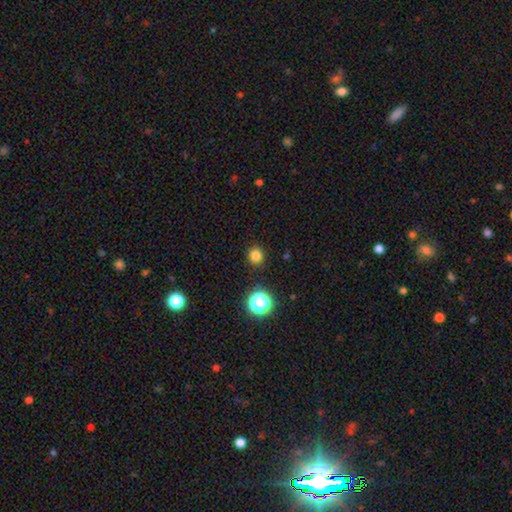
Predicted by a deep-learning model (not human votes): This is clearly a smooth galaxy (80%). How rounded: clearly round (90%). Merging: clearly none (90%).